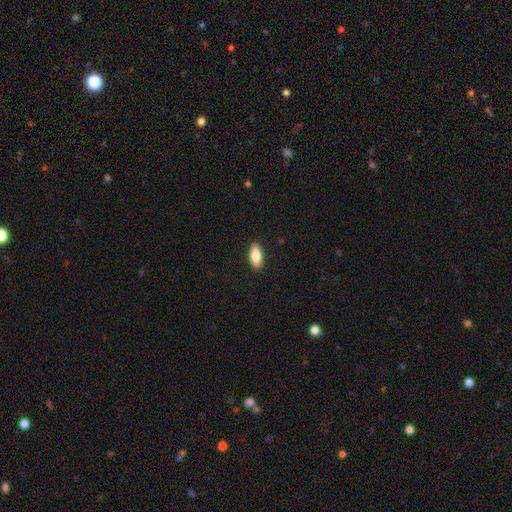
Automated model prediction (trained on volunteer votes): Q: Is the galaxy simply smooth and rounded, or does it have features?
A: smooth — 79%.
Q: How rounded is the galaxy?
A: in between — 77%.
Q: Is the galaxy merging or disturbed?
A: none — 90%.